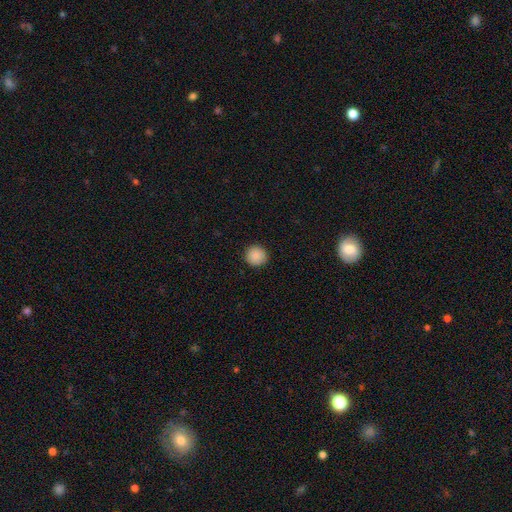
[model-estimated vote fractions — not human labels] Overall: smooth (89%). How rounded: round (94%). Merging: none (92%).